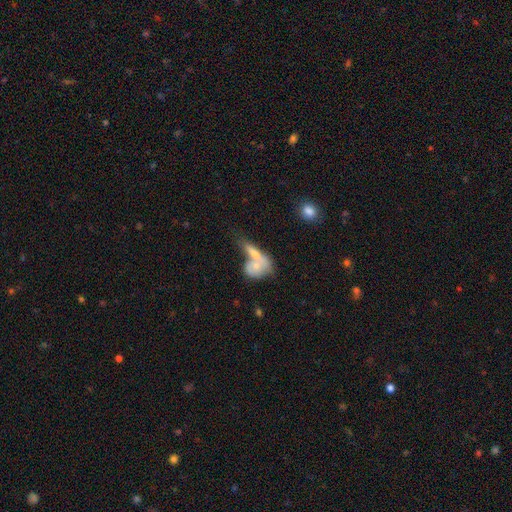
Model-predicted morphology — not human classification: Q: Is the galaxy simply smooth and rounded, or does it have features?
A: smooth — 56%.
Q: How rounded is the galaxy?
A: in between — 61%.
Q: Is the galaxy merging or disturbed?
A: merger — 57%.